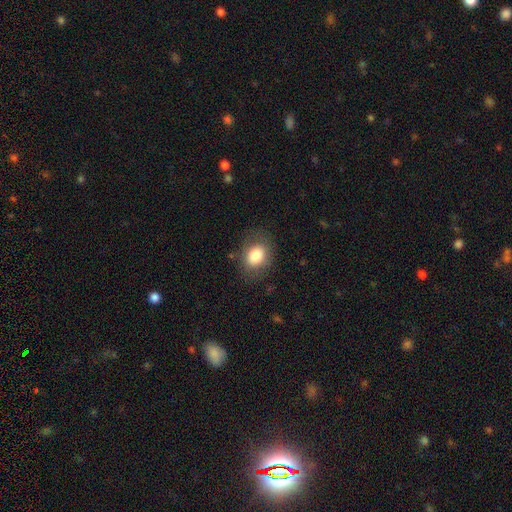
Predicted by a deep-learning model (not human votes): A smooth galaxy with no disk features (81%) that is in between round and cigar-shaped (62%). Merging: none (79%).